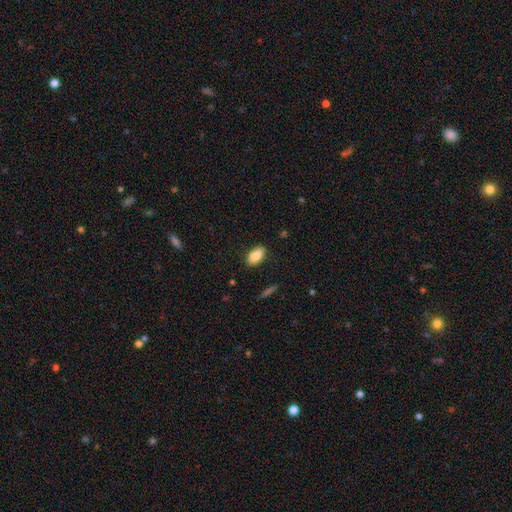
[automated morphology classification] Smooth or featured? Predicted: smooth (p=0.86). How rounded? Predicted: in between (p=0.92). Merging? Predicted: none (p=0.85).